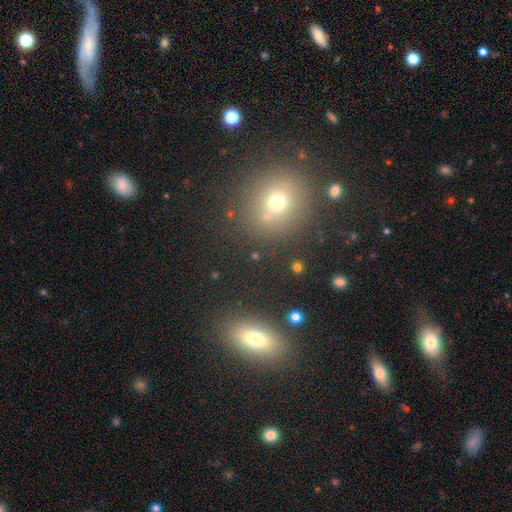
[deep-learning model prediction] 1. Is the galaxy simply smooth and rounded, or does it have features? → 61% smooth, 26% star or artifact, 13% featured or disk.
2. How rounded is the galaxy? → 60% round, 35% in between, 5% cigar-shaped.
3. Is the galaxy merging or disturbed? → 75% none, 11% merger, 10% minor disturbance, 5% major disturbance.